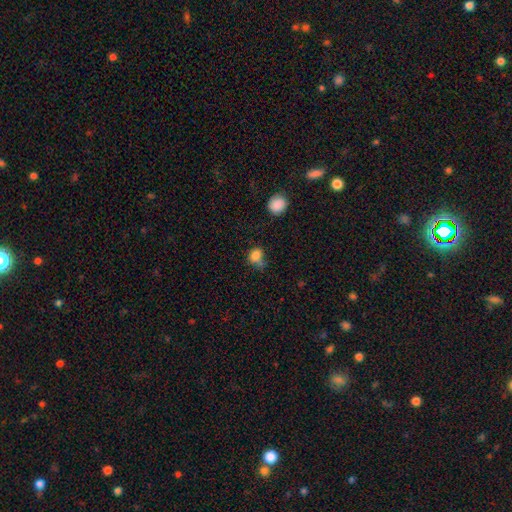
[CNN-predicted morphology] Q: Smooth or featured?
A: smooth (82%); runner-up: star or artifact (12%)
Q: How rounded?
A: round (60%); runner-up: in between (39%)
Q: Merging?
A: none (48%); runner-up: minor disturbance (31%)